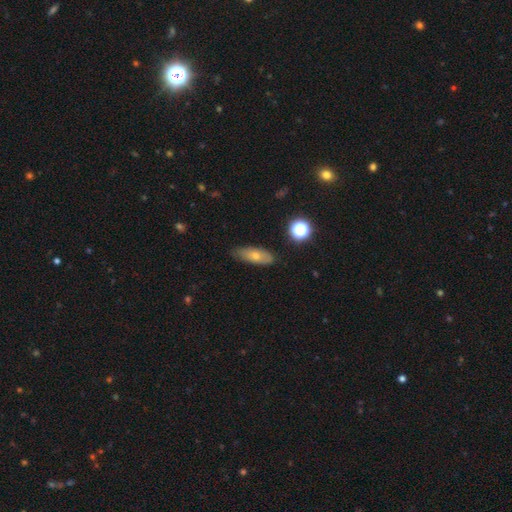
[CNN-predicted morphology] This appears to be a smooth galaxy with no disk features (68%) that is in between round and cigar-shaped (69%). Merging: none (73%).